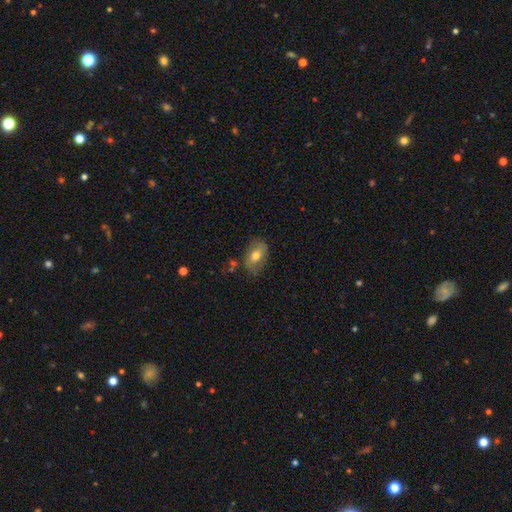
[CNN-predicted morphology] smooth 69%, featured or disk 23%, star or artifact 8%. Down the decision tree: how rounded — in between (86%); merging — none (72%).